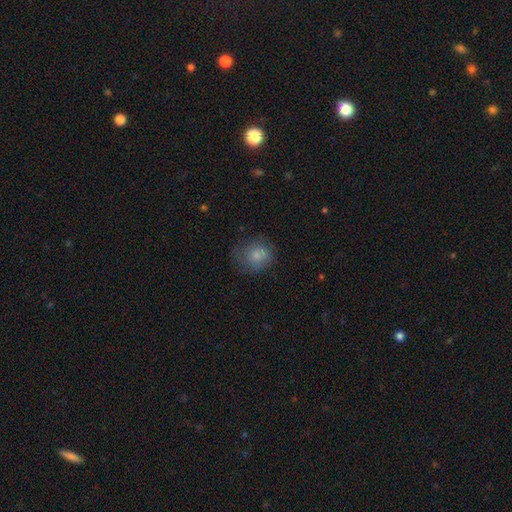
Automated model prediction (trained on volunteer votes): Smooth or featured? smooth (66%)
How rounded? round (75%)
Merging? none (67%)